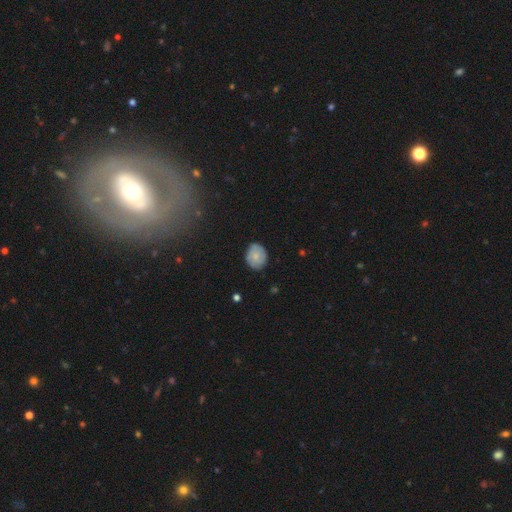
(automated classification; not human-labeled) Smooth or featured?
  - smooth: 64% *
  - featured or disk: 28%
  - star or artifact: 8%
How rounded?
  - round: 50% *
  - in between: 49%
  - cigar-shaped: 1%
Merging?
  - none: 77% *
  - minor disturbance: 19%
  - major disturbance: 3%
  - merger: 1%